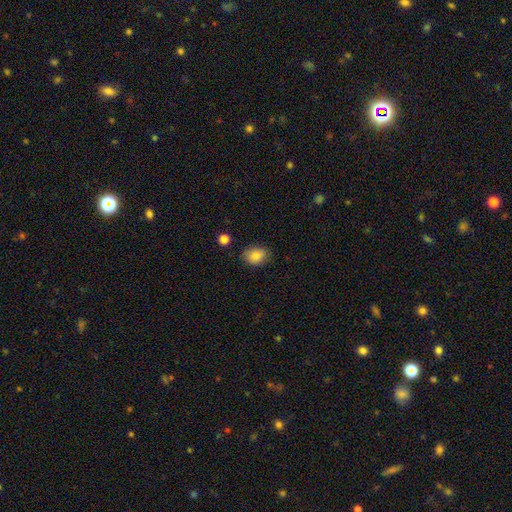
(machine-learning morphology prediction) This appears to be a smooth galaxy with no disk features (82%) that is in between round and cigar-shaped (60%). Merging: none (81%).